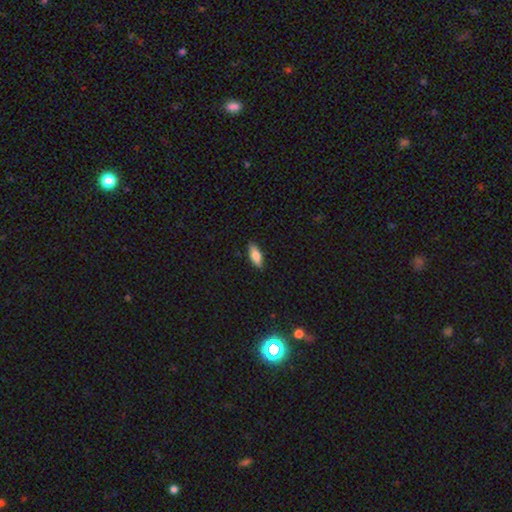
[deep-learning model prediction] Smooth or featured: smooth — 78% (featured or disk — 16%)
How rounded: in between — 72% (cigar-shaped — 26%)
Merging: none — 87% (minor disturbance — 10%)